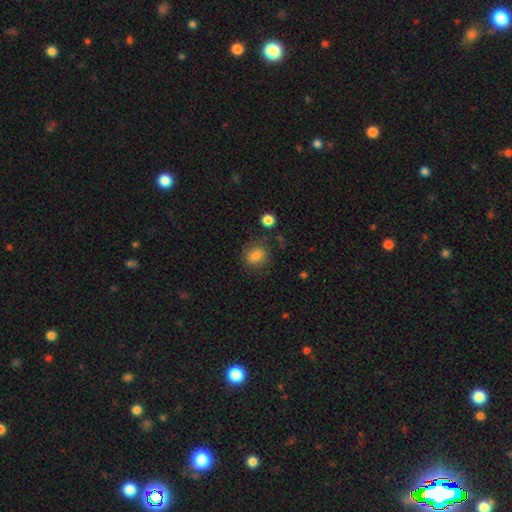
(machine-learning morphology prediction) Q: Smooth or featured?
A: smooth (82%); runner-up: star or artifact (10%)
Q: How rounded?
A: round (64%); runner-up: in between (35%)
Q: Merging?
A: none (77%); runner-up: minor disturbance (15%)